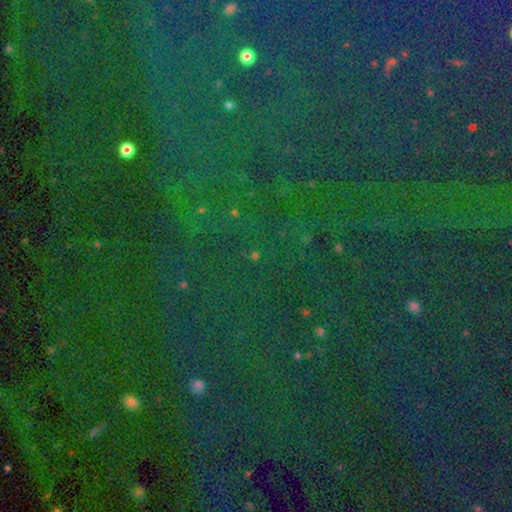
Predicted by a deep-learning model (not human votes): star or artifact 80%, smooth 13%, featured or disk 7%.